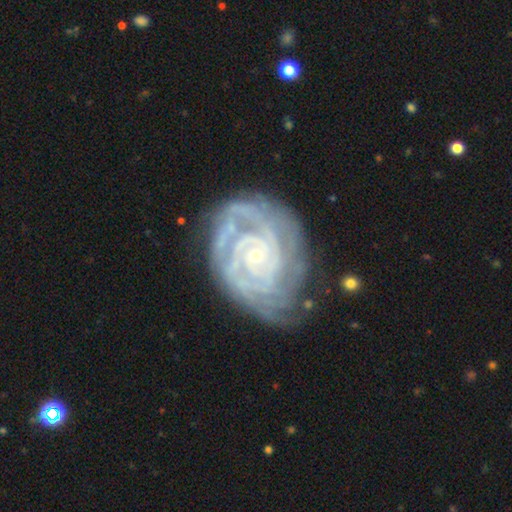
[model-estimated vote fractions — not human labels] The model was most divided on "spiral arm count": can't tell: 24%, 2: 22%, 3: 21%, 4: 17%, more than 4: 9%, 1: 7%. More confident: spiral arms — yes (97%); edge-on disk — no (97%); smooth or featured — featured or disk (89%); bulge size — small (84%); spiral winding — tight (81%); bar — no (74%); merging — none (69%).